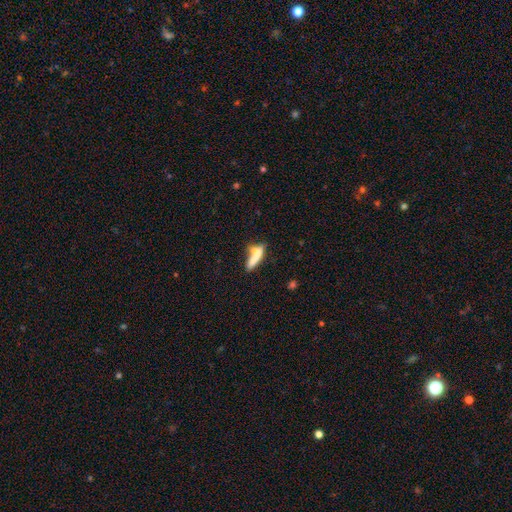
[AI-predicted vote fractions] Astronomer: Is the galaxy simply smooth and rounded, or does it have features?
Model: smooth — 70%.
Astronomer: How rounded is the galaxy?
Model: cigar-shaped — 74%.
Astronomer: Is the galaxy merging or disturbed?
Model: none — 40% (runner-up: merger, 35%).